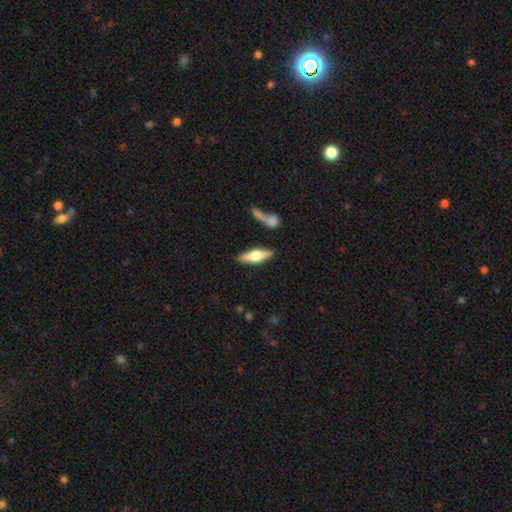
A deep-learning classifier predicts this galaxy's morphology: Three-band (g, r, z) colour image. It shows a featured or disk galaxy (61%) viewed edge-on (94%) with a rounded central bulge (93%). Merging: none (80%).